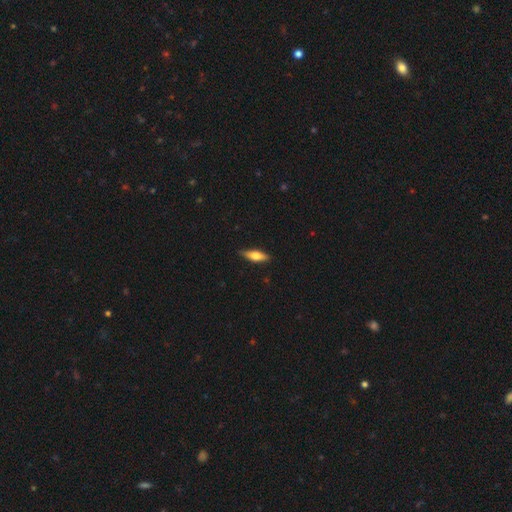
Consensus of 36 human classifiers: Q: Smooth or featured?
A: smooth (53%); runner-up: featured or disk (44%)
Q: How rounded?
A: in between (74%); runner-up: cigar-shaped (26%)
Q: Merging?
A: none (86%); runner-up: minor disturbance (9%)